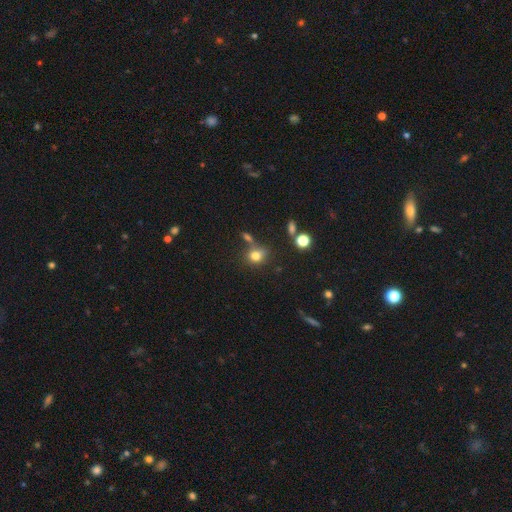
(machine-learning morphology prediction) type=smooth (77%); roundness=round (62%); merging=none (58%).